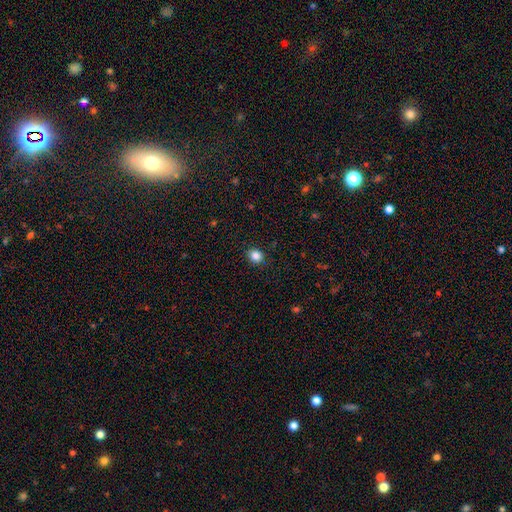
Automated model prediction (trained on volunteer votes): A smooth galaxy with no disk features (86%) that is round (69%).

Vote fractions:
- Smooth or featured? smooth: 86% / star or artifact: 11% / featured or disk: 4%
- How rounded? round: 69% / in between: 30% / cigar-shaped: 1%
- Merging? none: 90% / minor disturbance: 7% / major disturbance: 2% / merger: 1%